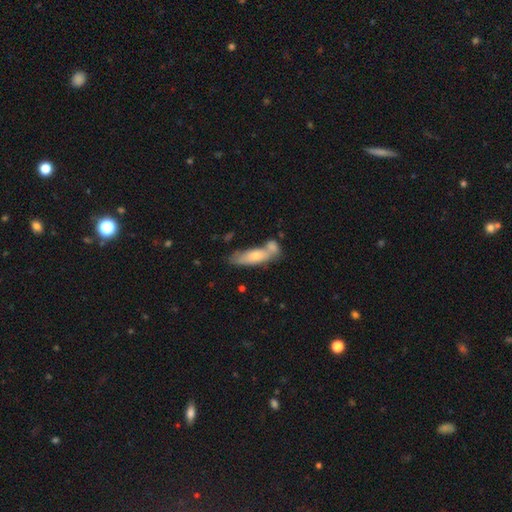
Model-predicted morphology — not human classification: smooth-or-featured: smooth: 66% | featured or disk: 28% | star or artifact: 6%
  how-rounded: in between: 50% | cigar-shaped: 47% | round: 3%
  merging: merger: 41% | none: 38% | minor disturbance: 16% | major disturbance: 6%